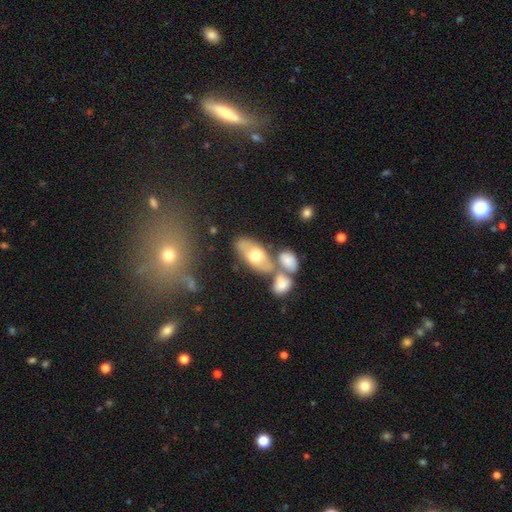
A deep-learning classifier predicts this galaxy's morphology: This is possibly a smooth galaxy (58%). How rounded: clearly in between (88%). Merging: possibly none (51%).